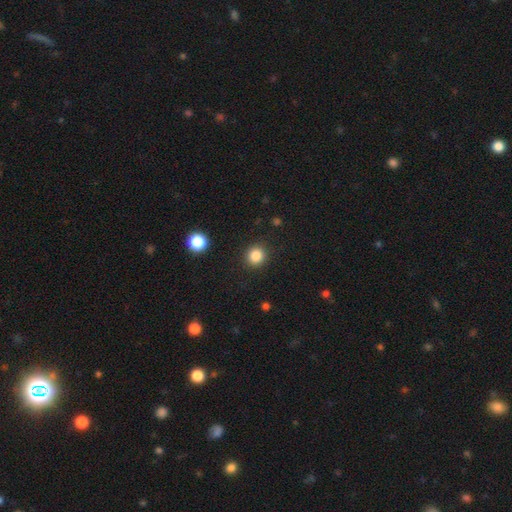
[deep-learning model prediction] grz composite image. It shows a smooth galaxy with no disk features (84%) that is round (92%). Merging: none (91%).